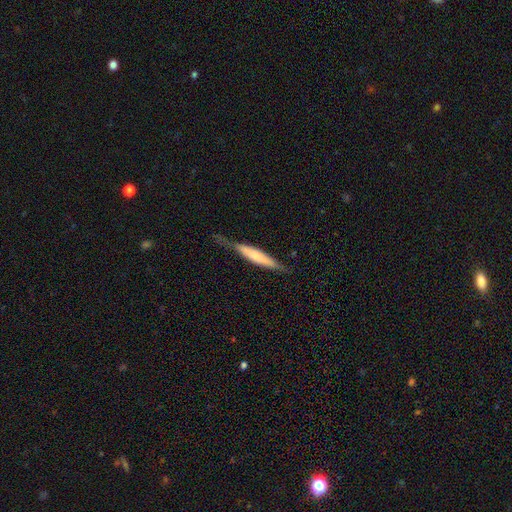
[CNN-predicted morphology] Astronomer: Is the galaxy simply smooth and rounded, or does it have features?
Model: smooth — 55% (runner-up: featured or disk, 40%).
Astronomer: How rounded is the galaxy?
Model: cigar-shaped — 91%.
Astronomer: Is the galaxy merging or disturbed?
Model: none — 67%.